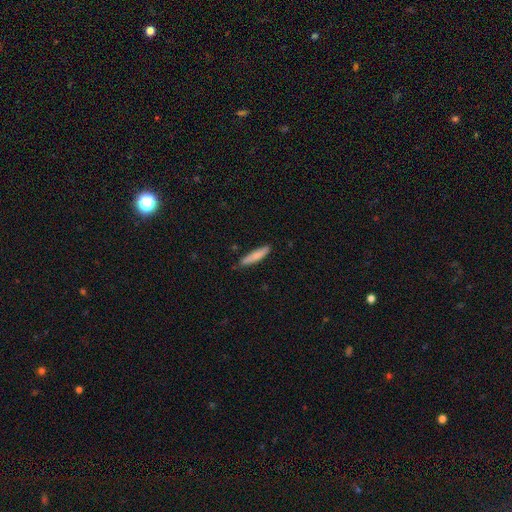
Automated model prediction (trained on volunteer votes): Q: Smooth or featured?
A: smooth (80%); runner-up: featured or disk (14%)
Q: How rounded?
A: cigar-shaped (87%); runner-up: in between (12%)
Q: Merging?
A: none (81%); runner-up: minor disturbance (15%)